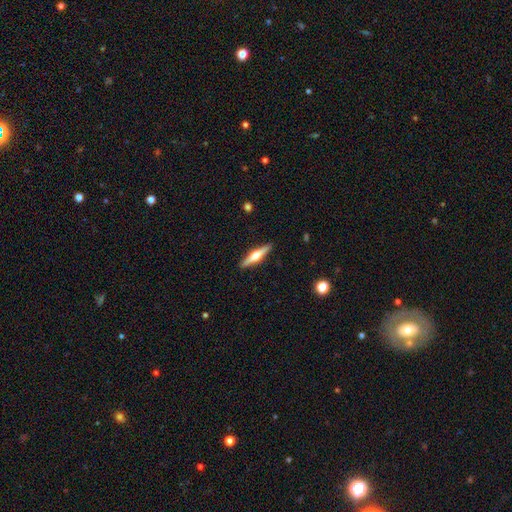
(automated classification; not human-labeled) Smooth or featured? Predicted: featured or disk (p=0.70). Edge-on disk? Predicted: yes (p=0.98). Edge-on bulge? Predicted: rounded (p=0.95). Merging? Predicted: none (p=0.91).